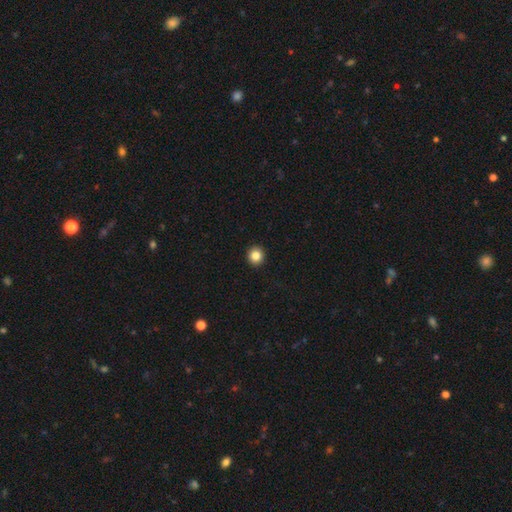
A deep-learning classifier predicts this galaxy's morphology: A smooth galaxy with no disk features (85%) that is round (94%).

Vote fractions:
- Smooth or featured? smooth: 85% / star or artifact: 11% / featured or disk: 5%
- How rounded? round: 94% / in between: 5% / cigar-shaped: 1%
- Merging? none: 94% / minor disturbance: 4% / major disturbance: 1% / merger: 1%